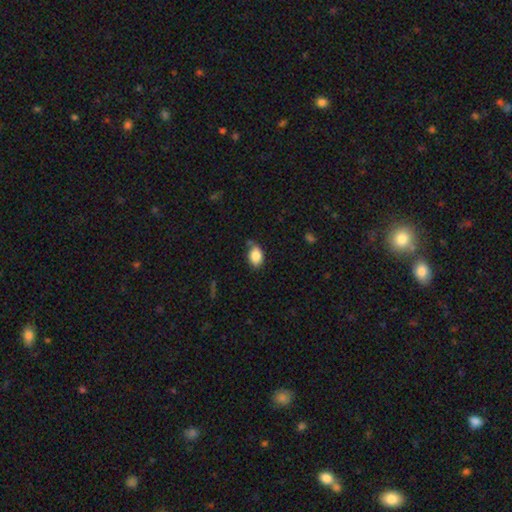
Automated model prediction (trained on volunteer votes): Smooth or featured: smooth — 85% (star or artifact — 8%)
How rounded: in between — 82% (round — 17%)
Merging: none — 69% (minor disturbance — 23%)